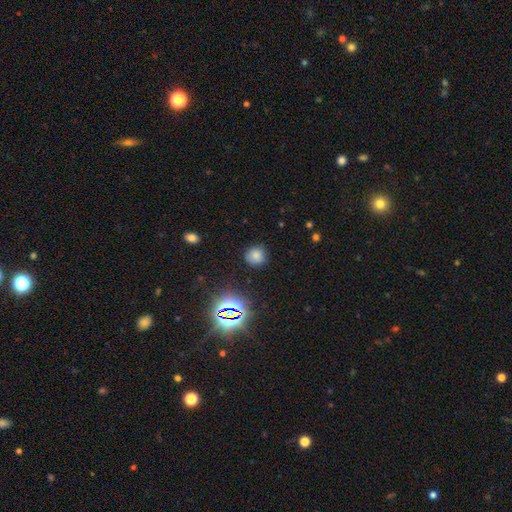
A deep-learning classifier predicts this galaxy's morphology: Overall: smooth (74%). How rounded: round (88%). Merging: none (84%).